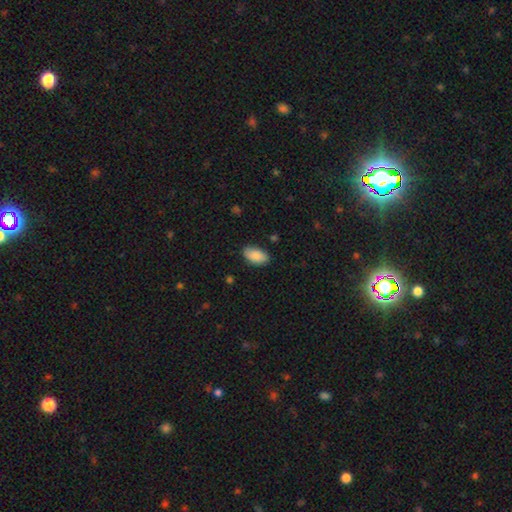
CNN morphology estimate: Smooth or featured? Predicted: smooth (p=0.86). How rounded? Predicted: in between (p=0.94). Merging? Predicted: none (p=0.83).